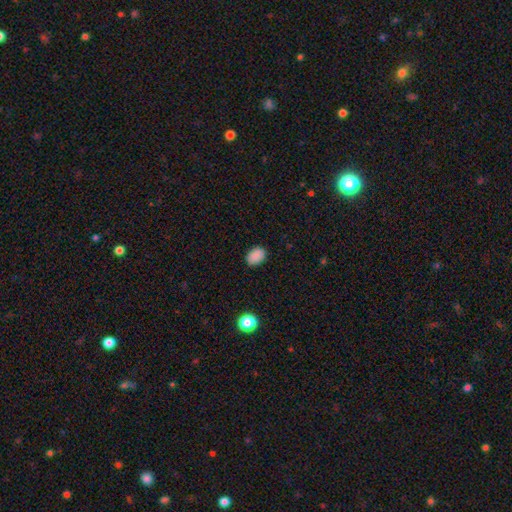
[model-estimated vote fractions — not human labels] Smooth or featured? Predicted: smooth (p=0.87). How rounded? Predicted: in between (p=0.79). Merging? Predicted: none (p=0.85).